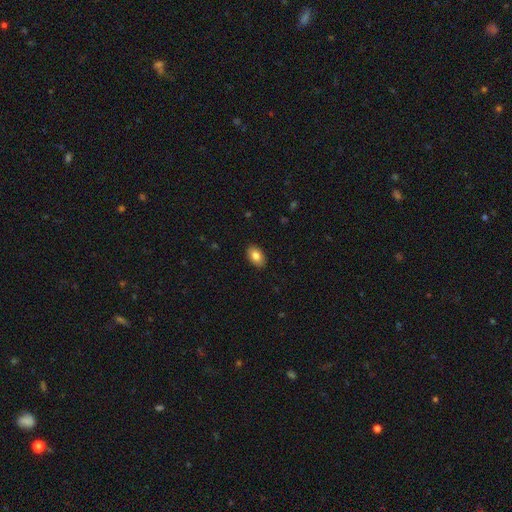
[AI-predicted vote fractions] smooth 83%, featured or disk 10%, star or artifact 7%. Down the decision tree: how rounded — in between (90%); merging — none (89%).